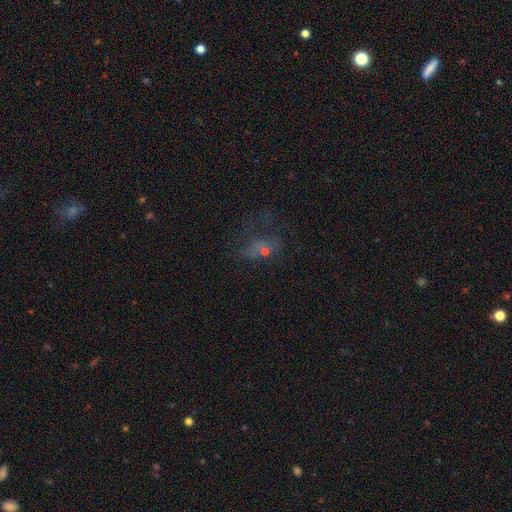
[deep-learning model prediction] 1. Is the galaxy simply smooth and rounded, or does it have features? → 34% star or artifact, 33% featured or disk, 33% smooth.